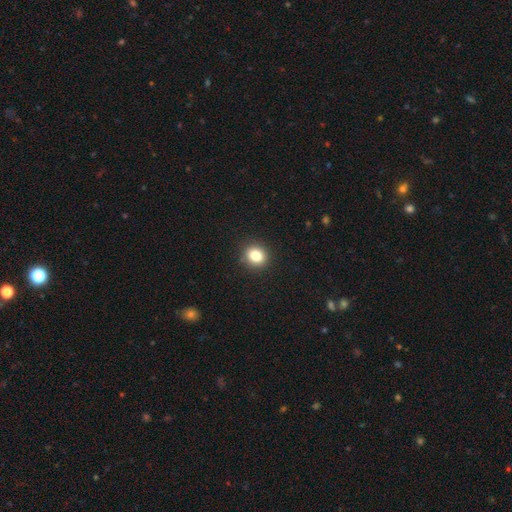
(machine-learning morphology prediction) The model was most divided on "how rounded": round: 72%, in between: 27%, cigar-shaped: 1%. More confident: merging — none (90%); smooth or featured — smooth (84%).